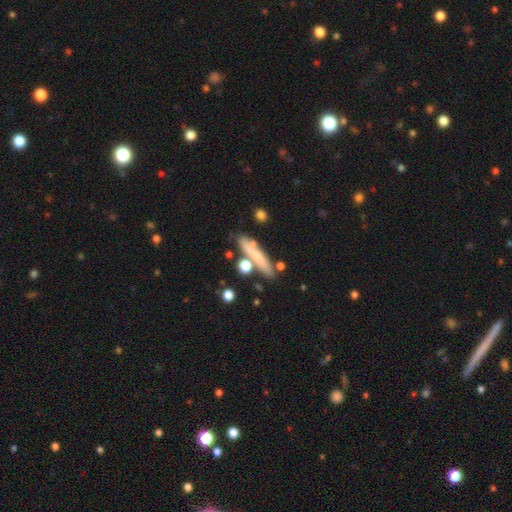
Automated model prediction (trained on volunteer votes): smooth_or_featured: smooth (p=0.59) [alt: featured or disk p=0.33]
how_rounded: cigar-shaped (p=0.82) [alt: in between p=0.13]
merging: none (p=0.66) [alt: minor disturbance p=0.16]